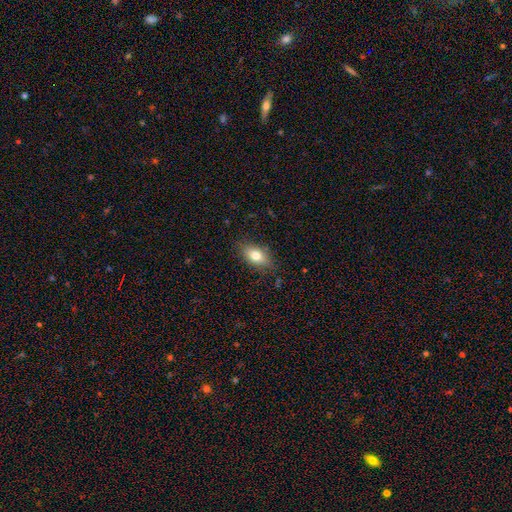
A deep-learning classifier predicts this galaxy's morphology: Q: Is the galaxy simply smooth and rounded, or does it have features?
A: smooth — 78%.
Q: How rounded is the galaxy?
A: in between — 86%.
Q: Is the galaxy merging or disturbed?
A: none — 82%.